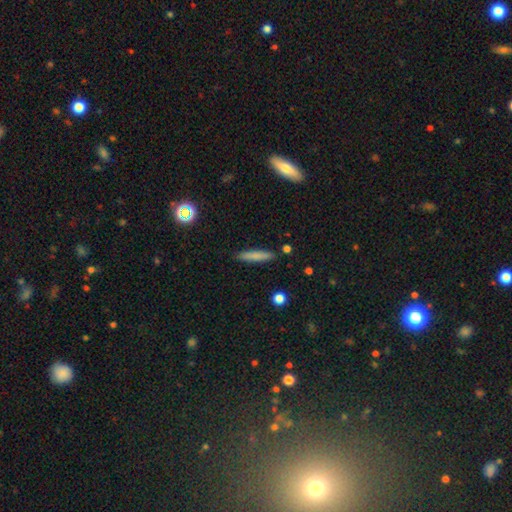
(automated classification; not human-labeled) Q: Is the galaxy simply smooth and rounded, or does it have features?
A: smooth — 78%.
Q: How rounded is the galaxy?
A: cigar-shaped — 90%.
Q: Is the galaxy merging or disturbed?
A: none — 88%.